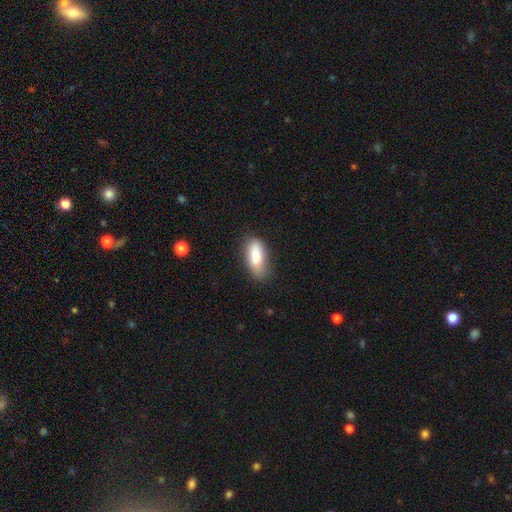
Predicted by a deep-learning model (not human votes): smooth_or_featured: smooth (p=0.85) [alt: featured or disk p=0.09]
how_rounded: in between (p=0.81) [alt: cigar-shaped p=0.16]
merging: none (p=0.68) [alt: minor disturbance p=0.24]